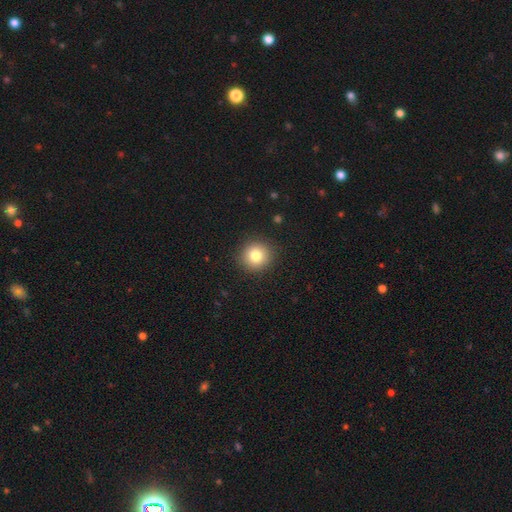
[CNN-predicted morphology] The model was most divided on "smooth or featured": smooth: 81%, star or artifact: 11%, featured or disk: 8%. More confident: how rounded — round (91%); merging — none (91%).